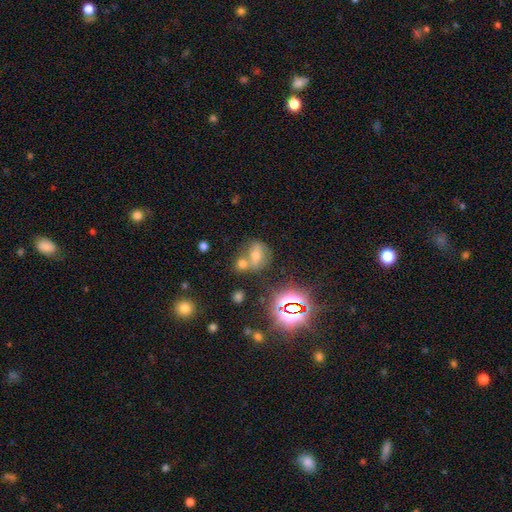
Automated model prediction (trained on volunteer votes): Q: Smooth or featured?
A: smooth (42%); runner-up: star or artifact (32%)
Q: Merging?
A: merger (43%); runner-up: none (41%)